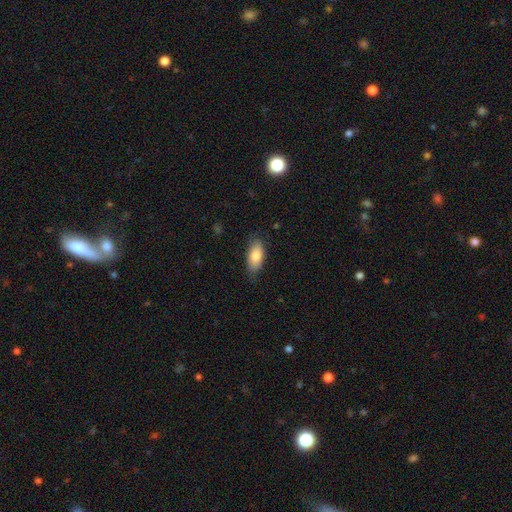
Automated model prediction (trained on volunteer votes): This appears to be a smooth galaxy with no disk features (81%) that is in between round and cigar-shaped (87%). Merging: none (78%).